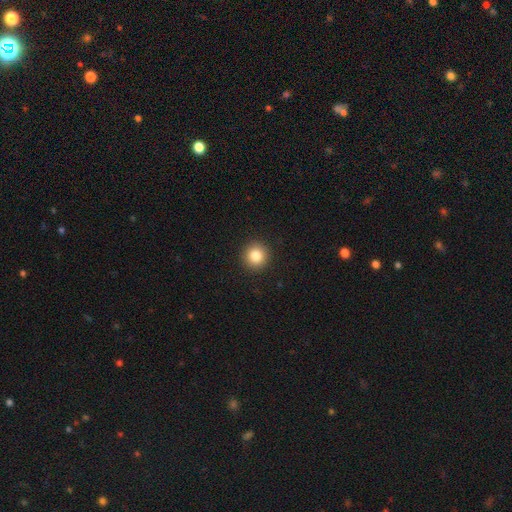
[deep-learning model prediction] A smooth galaxy with no disk features (84%) that is round (94%). Merging: none (93%).